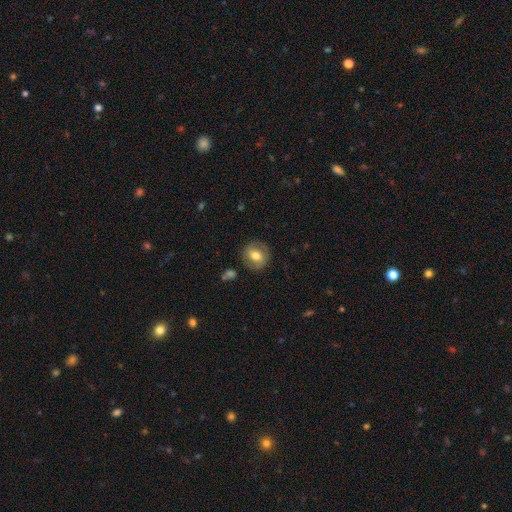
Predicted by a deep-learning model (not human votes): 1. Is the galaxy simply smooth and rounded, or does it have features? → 61% smooth, 32% featured or disk, 8% star or artifact.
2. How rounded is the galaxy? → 85% round, 14% in between, 1% cigar-shaped.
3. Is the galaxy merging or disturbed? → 85% none, 10% minor disturbance, 3% major disturbance, 2% merger.